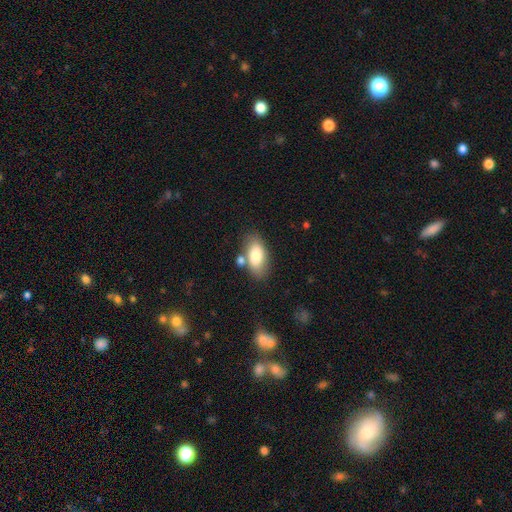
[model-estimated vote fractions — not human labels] smooth-or-featured: smooth: 78% | featured or disk: 15% | star or artifact: 7%
  how-rounded: in between: 91% | round: 4% | cigar-shaped: 4%
  merging: none: 69% | minor disturbance: 14% | merger: 13% | major disturbance: 4%